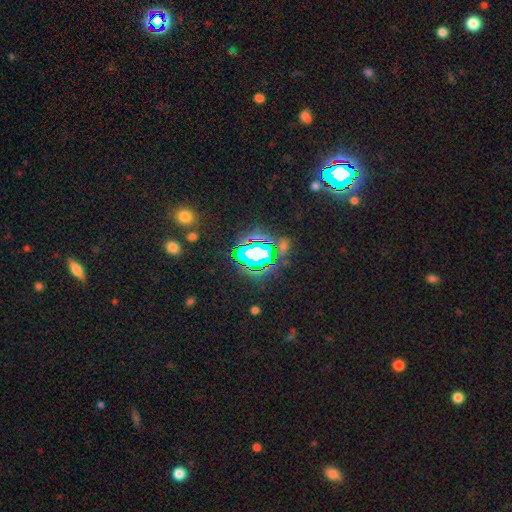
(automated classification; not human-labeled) The model was most divided on "smooth or featured": star or artifact: 67%, smooth: 18%, featured or disk: 15%.